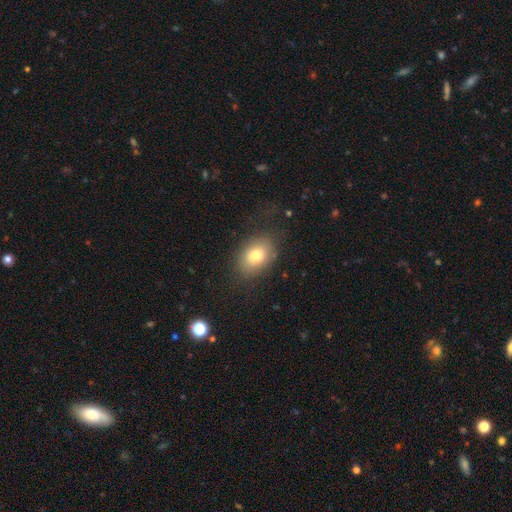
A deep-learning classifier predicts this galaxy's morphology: smooth 75%, featured or disk 14%, star or artifact 11%. Down the decision tree: how rounded — in between (74%); merging — none (77%).